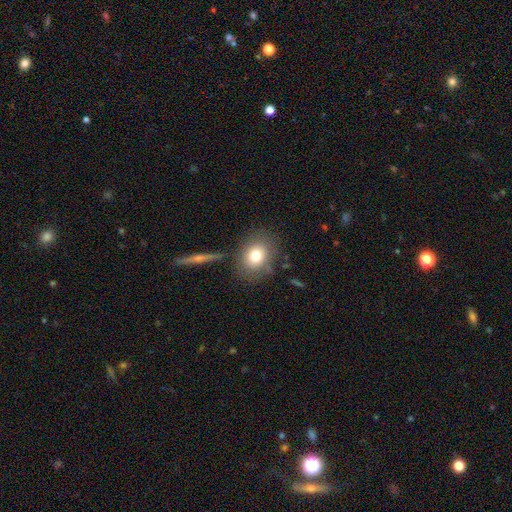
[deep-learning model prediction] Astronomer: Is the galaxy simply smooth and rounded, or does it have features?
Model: smooth — 78%.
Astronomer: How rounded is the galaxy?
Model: round — 53% (runner-up: in between, 45%).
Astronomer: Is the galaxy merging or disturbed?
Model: none — 77%.